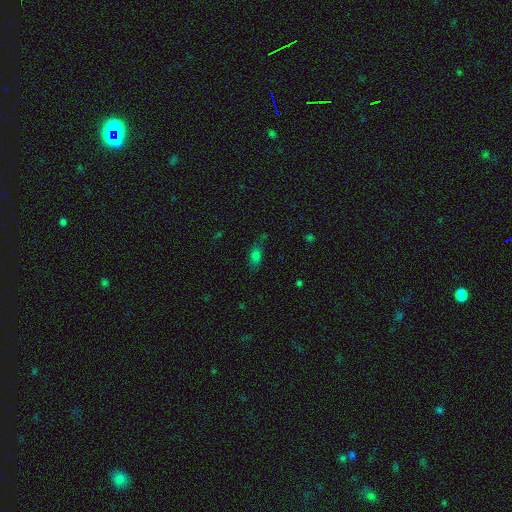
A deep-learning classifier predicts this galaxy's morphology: This appears to be a smooth galaxy with no disk features (72%) that is in between round and cigar-shaped (78%). Merging: none (72%).